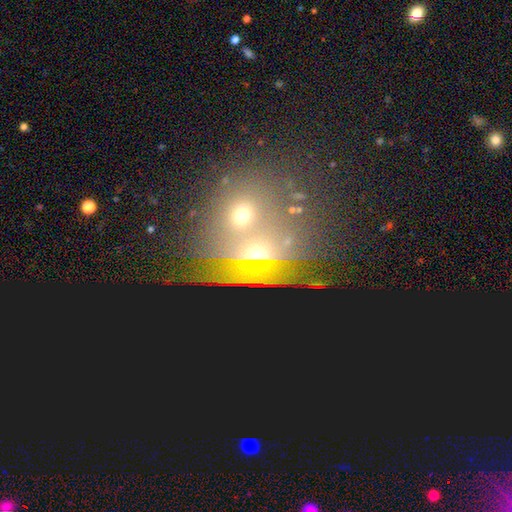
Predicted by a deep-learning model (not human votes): smooth-or-featured: star or artifact: 38% | featured or disk: 34% | smooth: 28%